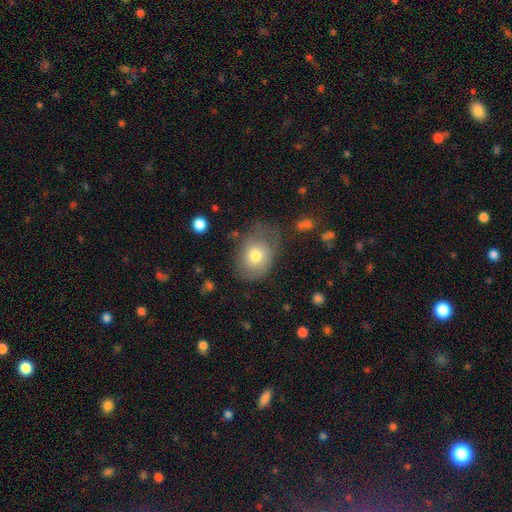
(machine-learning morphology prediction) Q: Smooth or featured?
A: smooth (66%); runner-up: featured or disk (26%)
Q: How rounded?
A: in between (68%); runner-up: round (31%)
Q: Merging?
A: none (54%); runner-up: minor disturbance (29%)